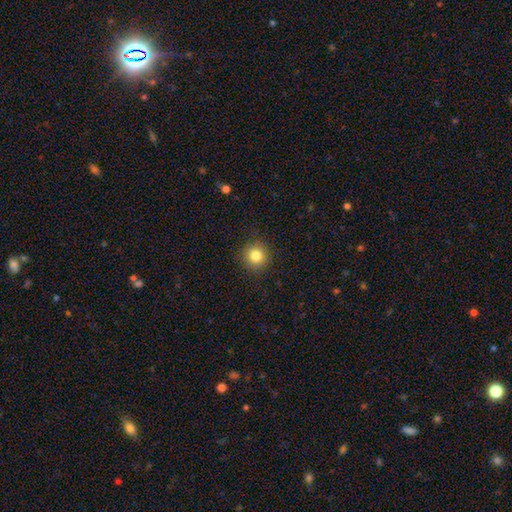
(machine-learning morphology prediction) Overall: smooth (82%). How rounded: round (94%). Merging: none (91%).